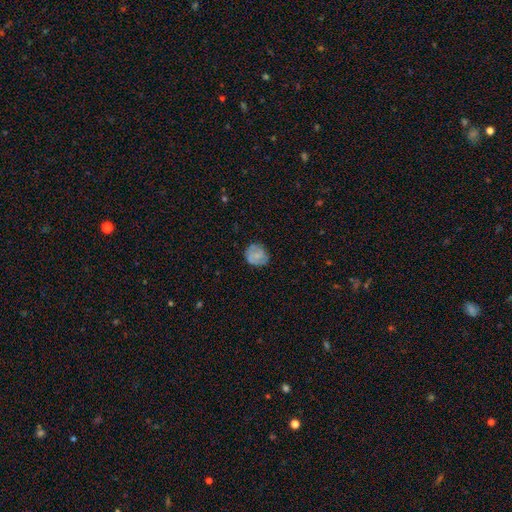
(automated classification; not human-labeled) A smooth galaxy with no disk features (60%) that is round (78%).

Vote fractions:
- Smooth or featured? smooth: 60% / featured or disk: 32% / star or artifact: 8%
- How rounded? round: 78% / in between: 21% / cigar-shaped: 1%
- Merging? none: 75% / minor disturbance: 19% / major disturbance: 5% / merger: 1%